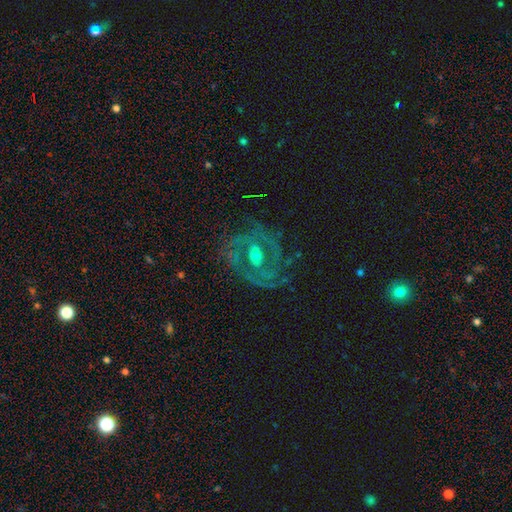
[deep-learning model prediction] A featured or disk galaxy (85%) with no bar (53%), 2 (44%) tight (49%) spiral arms (89%) and a moderate central bulge (60%).

Vote fractions:
- Smooth or featured? featured or disk: 85% / smooth: 8% / star or artifact: 7%
- Edge-on disk? no: 97% / yes: 3%
- Bar? no: 53% / weak: 34% / strong: 13%
- Spiral arms? yes: 89% / no: 11%
- Spiral winding? tight: 49% / medium: 40% / loose: 11%
- Spiral arm count? 2: 44% / can't tell: 20% / 3: 17% / 4: 7% / 1: 6% / more than 4: 6%
- Bulge size? moderate: 60% / small: 33% / large: 4% / none: 1% / dominant: 1%
- Merging? none: 70% / minor disturbance: 16% / major disturbance: 12% / merger: 2%